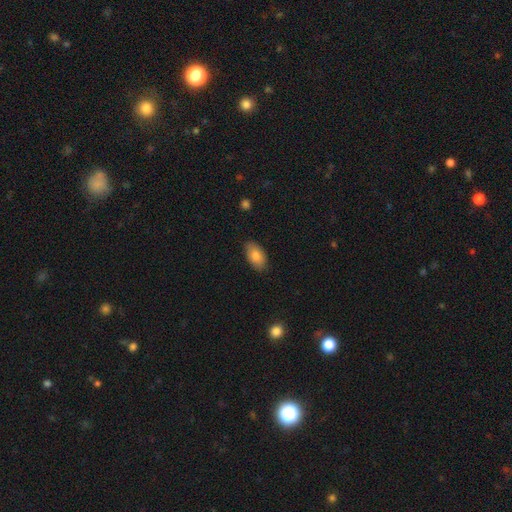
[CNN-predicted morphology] Smooth or featured: smooth — 83% (featured or disk — 10%)
How rounded: in between — 94% (round — 4%)
Merging: none — 85% (minor disturbance — 11%)